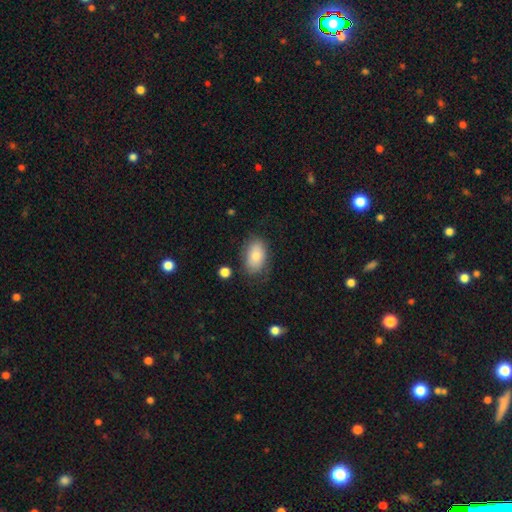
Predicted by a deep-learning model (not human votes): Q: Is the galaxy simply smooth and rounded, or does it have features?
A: smooth — 78%.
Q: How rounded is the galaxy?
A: in between — 91%.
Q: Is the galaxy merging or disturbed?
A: none — 71%.